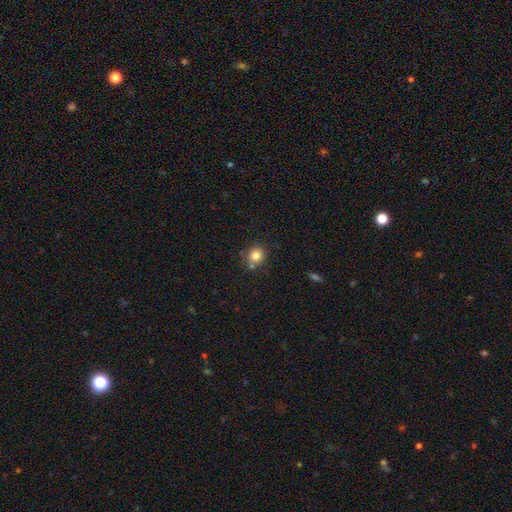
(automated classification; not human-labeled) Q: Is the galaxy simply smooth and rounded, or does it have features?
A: smooth — 81%.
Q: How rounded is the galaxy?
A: round — 88%.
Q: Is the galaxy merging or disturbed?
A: none — 73%.